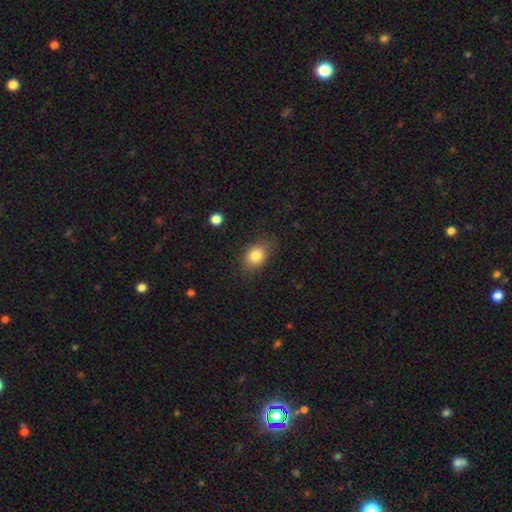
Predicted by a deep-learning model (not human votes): This appears to be a smooth galaxy with no disk features (82%) that is in between round and cigar-shaped (67%). Merging: none (79%).